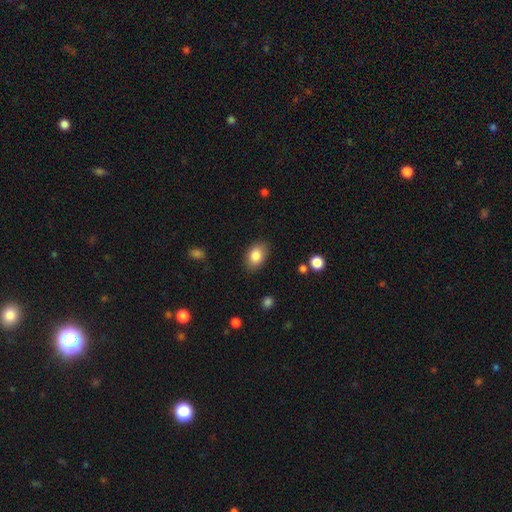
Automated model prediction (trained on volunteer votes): This is clearly a smooth galaxy (84%). How rounded: clearly in between (83%). Merging: clearly none (84%).